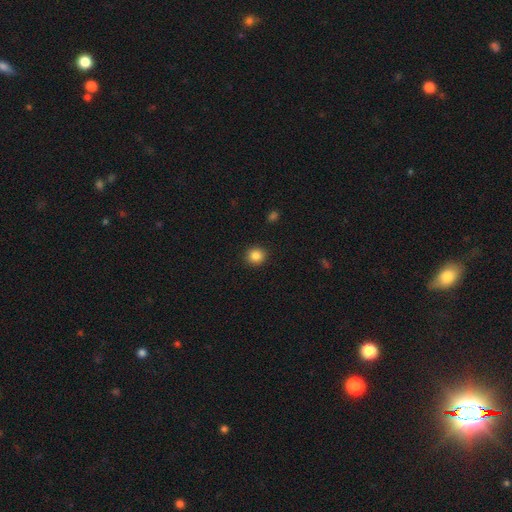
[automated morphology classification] This is clearly a smooth galaxy (86%). How rounded: clearly round (89%). Merging: clearly none (92%).